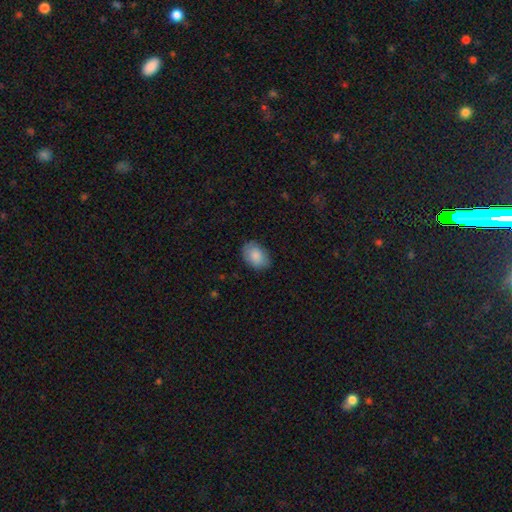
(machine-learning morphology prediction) A smooth galaxy with no disk features (86%) that is in between round and cigar-shaped (84%). Merging: none (79%).